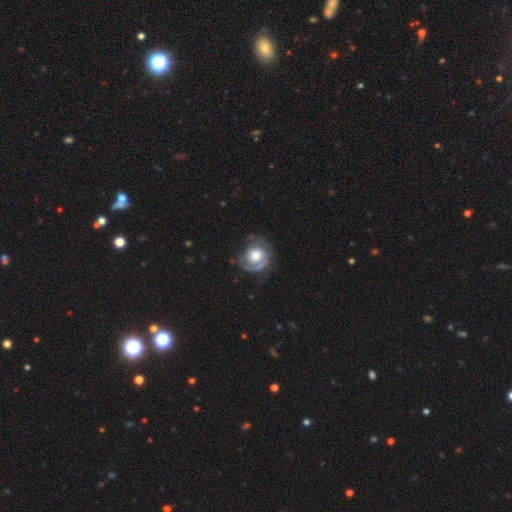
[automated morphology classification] A featured or disk galaxy (69%) with no bar (80%), 1 (42%) tight (62%) spiral arms (83%) and a large central bulge (43%). Merging: none (65%).